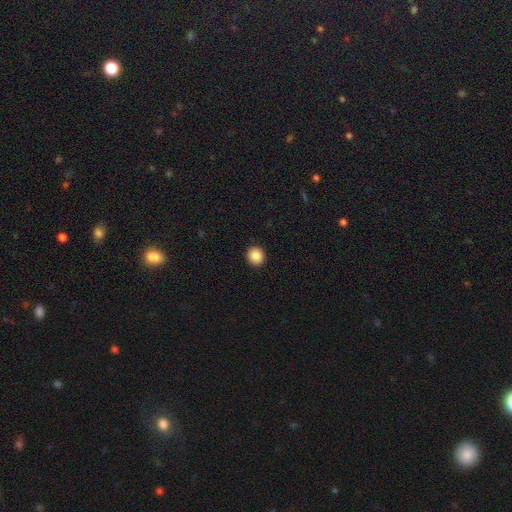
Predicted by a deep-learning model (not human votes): Morphology: type=smooth (88%); roundness=round (89%); merging=none (93%).